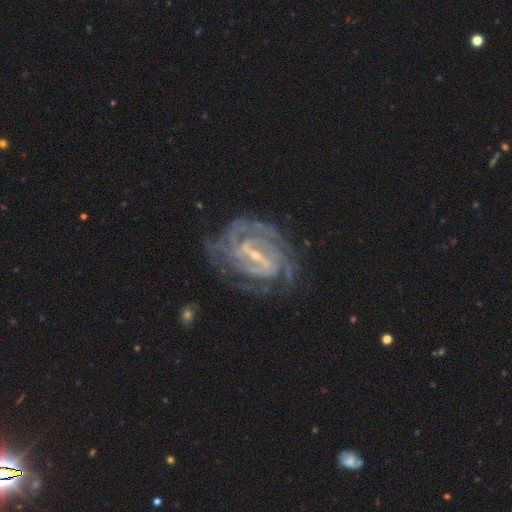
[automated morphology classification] Smooth or featured: featured or disk — 91% (star or artifact — 6%)
Edge-on disk: no — 97% (yes — 3%)
Bar: strong — 54% (weak — 36%)
Spiral arms: yes — 97% (no — 3%)
Spiral winding: tight — 68% (medium — 27%)
Spiral arm count: can't tell — 25% (4 — 21%)
Bulge size: small — 70% (moderate — 21%)
Merging: none — 71% (minor disturbance — 17%)